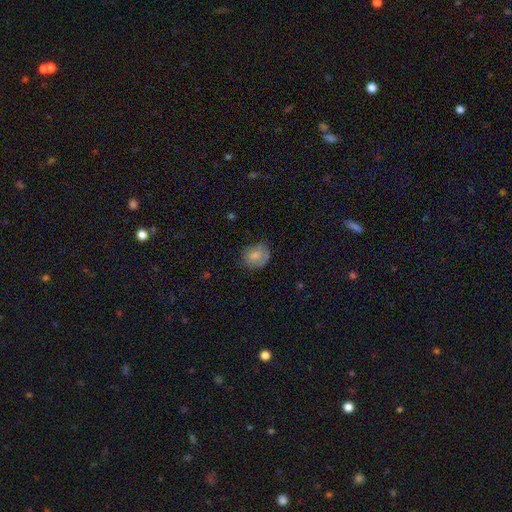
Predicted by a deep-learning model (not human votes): Smooth or featured? Predicted: smooth (p=0.75). How rounded? Predicted: in between (p=0.51). Merging? Predicted: none (p=0.62).